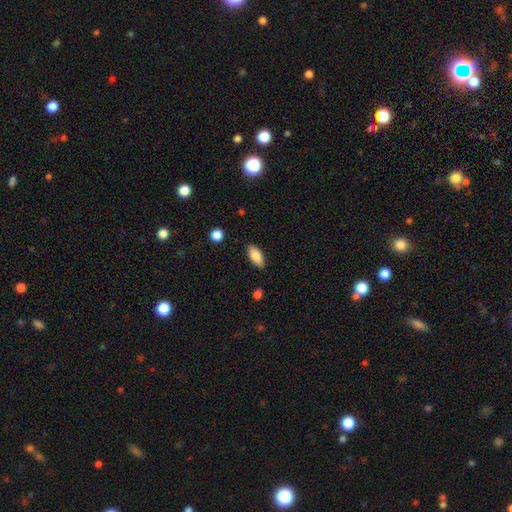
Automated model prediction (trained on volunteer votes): The model was most divided on "smooth or featured": smooth: 83%, featured or disk: 10%, star or artifact: 7%. More confident: how rounded — in between (88%); merging — none (85%).